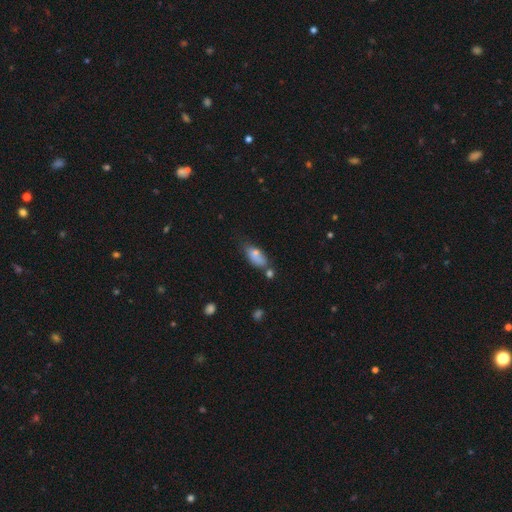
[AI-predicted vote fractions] Smooth or featured? Predicted: smooth (p=0.76). How rounded? Predicted: in between (p=0.84). Merging? Predicted: none (p=0.42).